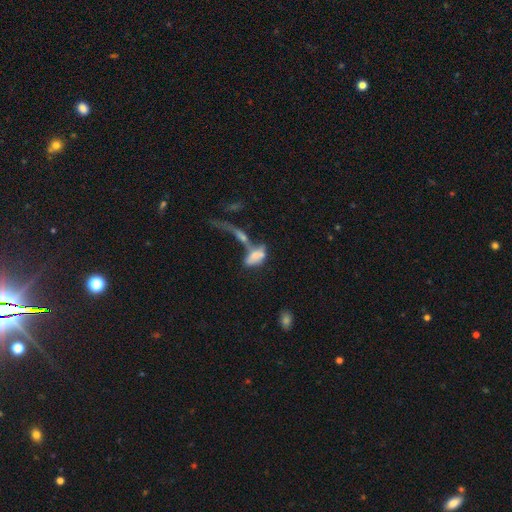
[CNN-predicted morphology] A smooth galaxy with no disk features (57%) that is in between round and cigar-shaped (80%). Merging: merger (52%).